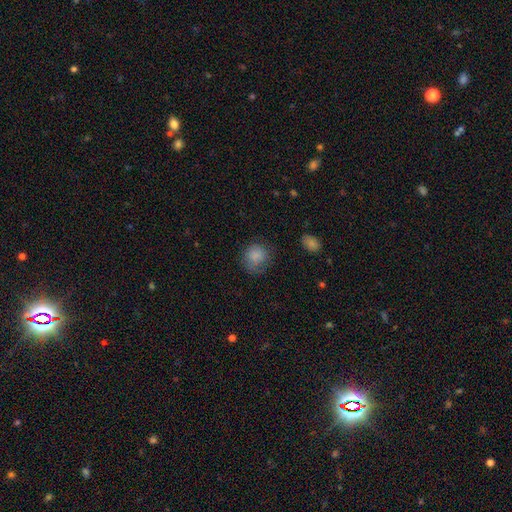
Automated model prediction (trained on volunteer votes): This appears to be a smooth galaxy with no disk features (83%) that is round (80%). Merging: none (65%).